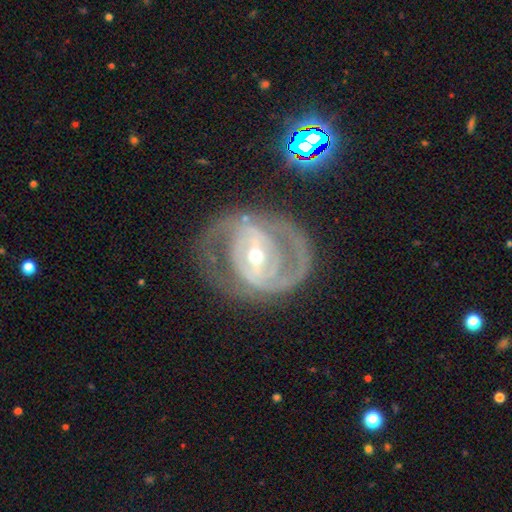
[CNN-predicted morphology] Smooth or featured: featured or disk — 87% (smooth — 8%)
Edge-on disk: no — 96% (yes — 4%)
Bar: weak — 39% (tied with strong — 39%)
Spiral arms: yes — 86% (no — 14%)
Spiral winding: medium — 44% (tight — 42%)
Spiral arm count: 2 — 74% (can't tell — 13%)
Bulge size: moderate — 52% (small — 43%)
Merging: none — 68% (minor disturbance — 16%)